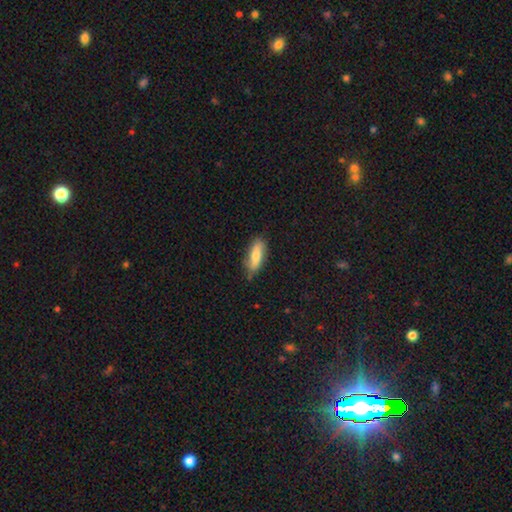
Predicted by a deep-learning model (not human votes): Smooth or featured: smooth — 71% (featured or disk — 23%)
How rounded: in between — 66% (cigar-shaped — 32%)
Merging: none — 74% (minor disturbance — 21%)